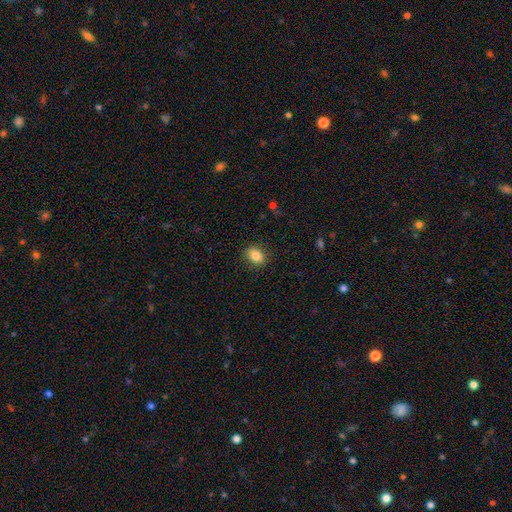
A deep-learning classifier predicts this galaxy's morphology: smooth_or_featured: smooth (p=0.84) [alt: star or artifact p=0.09]
how_rounded: in between (p=0.63) [alt: round p=0.36]
merging: none (p=0.88) [alt: minor disturbance p=0.09]